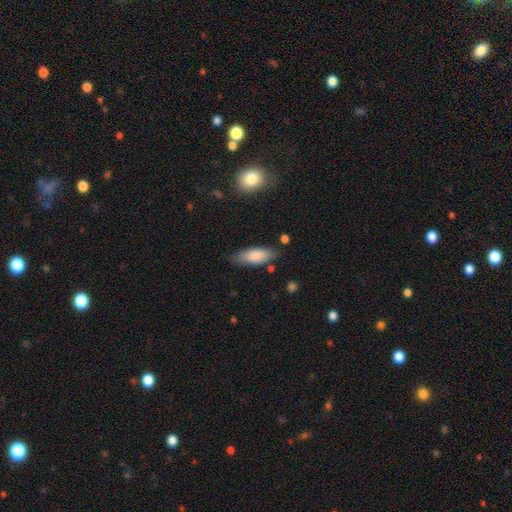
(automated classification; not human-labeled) Morphology: type=smooth (82%); roundness=in between (72%); merging=none (77%).